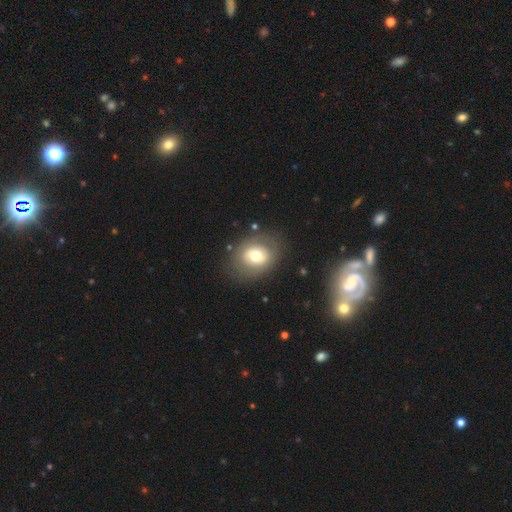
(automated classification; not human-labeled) A smooth galaxy with no disk features (59%) that is round (50%).

Vote fractions:
- Smooth or featured? smooth: 59% / featured or disk: 32% / star or artifact: 9%
- How rounded? round: 50% / in between: 49% / cigar-shaped: 1%
- Merging? none: 79% / minor disturbance: 12% / major disturbance: 7% / merger: 2%